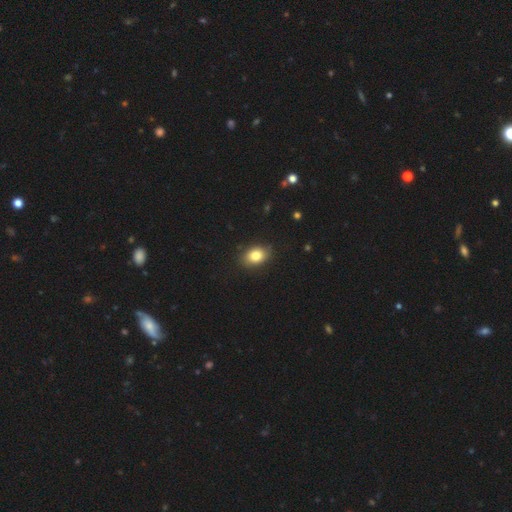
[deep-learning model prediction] Morphology: type=smooth (83%); roundness=in between (75%); merging=none (86%).